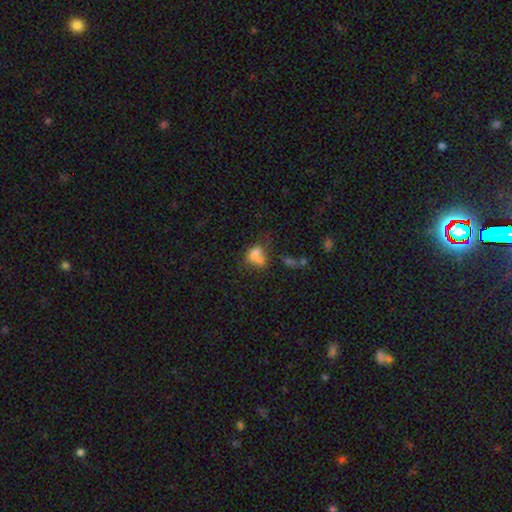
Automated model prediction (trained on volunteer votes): Smooth or featured?
  - smooth: 67% *
  - featured or disk: 19%
  - star or artifact: 14%
How rounded?
  - in between: 68% *
  - round: 30%
  - cigar-shaped: 2%
Merging?
  - merger: 54% *
  - none: 22%
  - minor disturbance: 13%
  - major disturbance: 12%